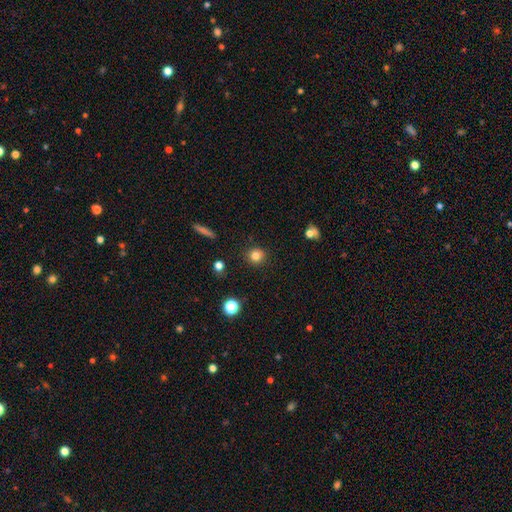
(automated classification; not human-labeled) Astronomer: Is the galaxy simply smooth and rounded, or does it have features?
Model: smooth — 82%.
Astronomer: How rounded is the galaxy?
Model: round — 90%.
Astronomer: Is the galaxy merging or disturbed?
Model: none — 91%.